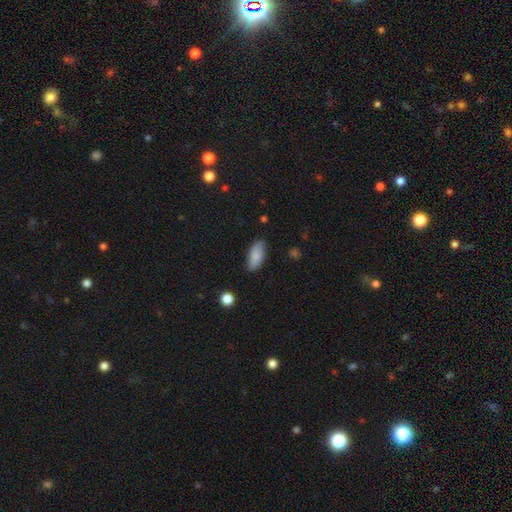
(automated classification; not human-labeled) The model was most divided on "merging": none: 82%, minor disturbance: 14%, major disturbance: 3%, merger: 1%. More confident: how rounded — in between (87%); smooth or featured — smooth (86%).